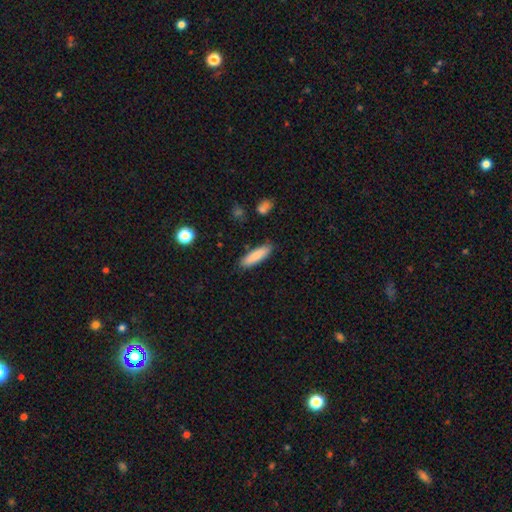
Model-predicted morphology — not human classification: type=smooth (84%); roundness=cigar-shaped (62%); merging=none (86%).